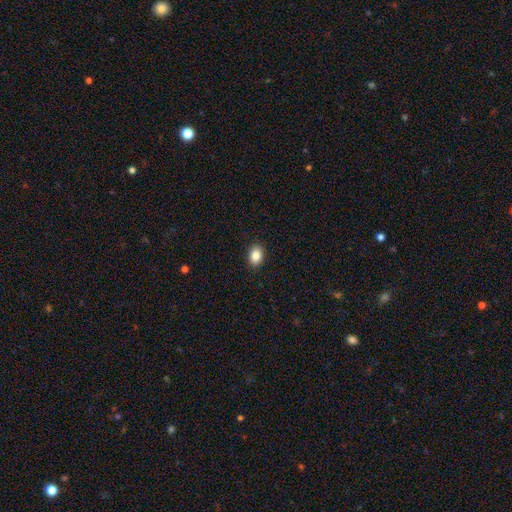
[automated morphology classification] type=smooth (86%); roundness=in between (77%); merging=none (90%).